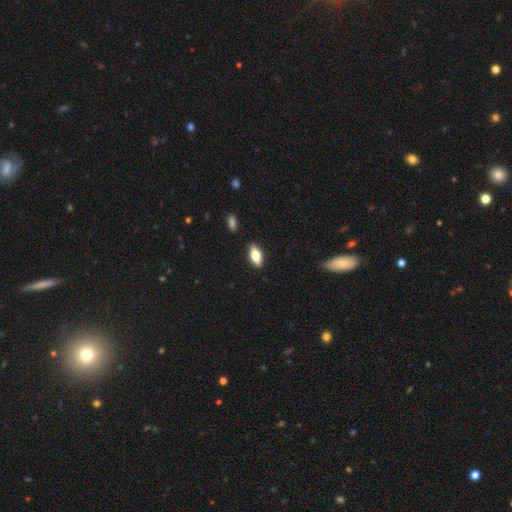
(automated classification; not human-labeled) Smooth or featured? Predicted: smooth (p=0.72). How rounded? Predicted: in between (p=0.83). Merging? Predicted: none (p=0.88).